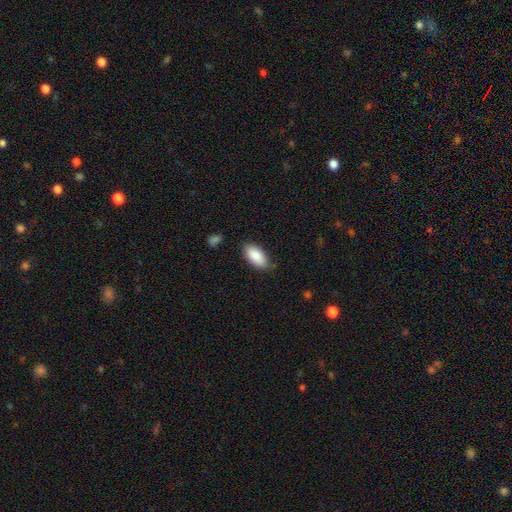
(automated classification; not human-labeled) Smooth or featured: smooth — 88% (star or artifact — 6%)
How rounded: in between — 93% (cigar-shaped — 5%)
Merging: none — 79% (minor disturbance — 16%)